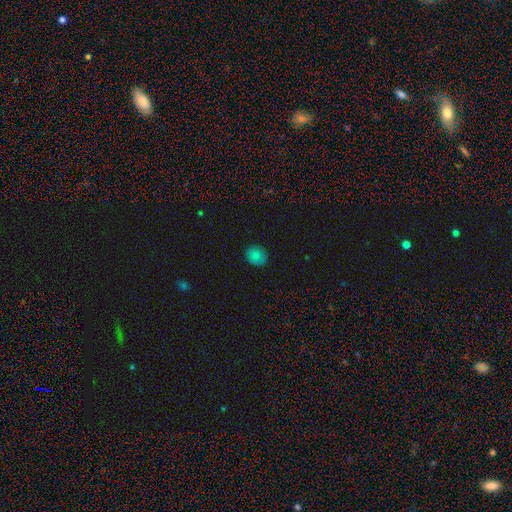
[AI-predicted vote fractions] smooth_or_featured: smooth (p=0.81) [alt: star or artifact p=0.11]
how_rounded: round (p=0.62) [alt: in between p=0.37]
merging: none (p=0.86) [alt: minor disturbance p=0.11]